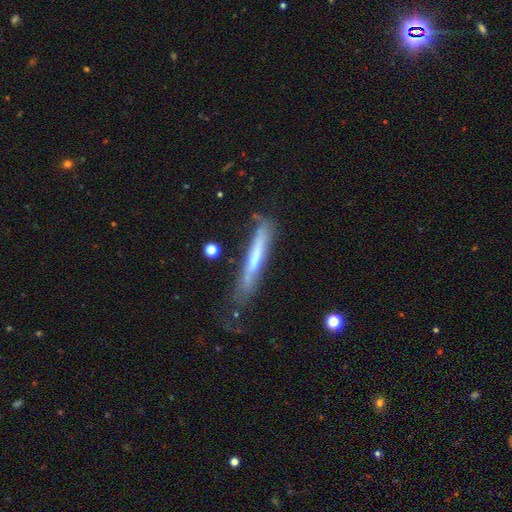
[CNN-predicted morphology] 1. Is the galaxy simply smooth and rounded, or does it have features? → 54% featured or disk, 39% smooth, 7% star or artifact.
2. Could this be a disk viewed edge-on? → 82% yes, 18% no.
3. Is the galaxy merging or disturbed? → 57% none, 28% minor disturbance, 12% major disturbance, 4% merger.